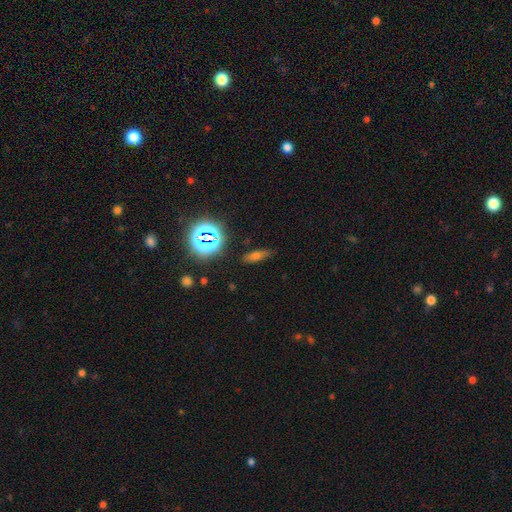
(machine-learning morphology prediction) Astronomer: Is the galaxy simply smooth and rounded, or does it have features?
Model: smooth — 47% (runner-up: star or artifact, 34%).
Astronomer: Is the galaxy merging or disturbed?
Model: none — 85%.